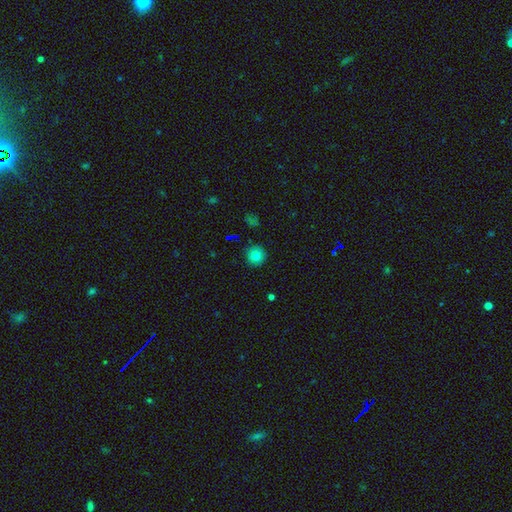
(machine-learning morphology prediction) Smooth or featured?
  - smooth: 79% *
  - star or artifact: 13%
  - featured or disk: 8%
How rounded?
  - round: 95% *
  - in between: 4%
  - cigar-shaped: 1%
Merging?
  - none: 91% *
  - minor disturbance: 6%
  - major disturbance: 2%
  - merger: 1%